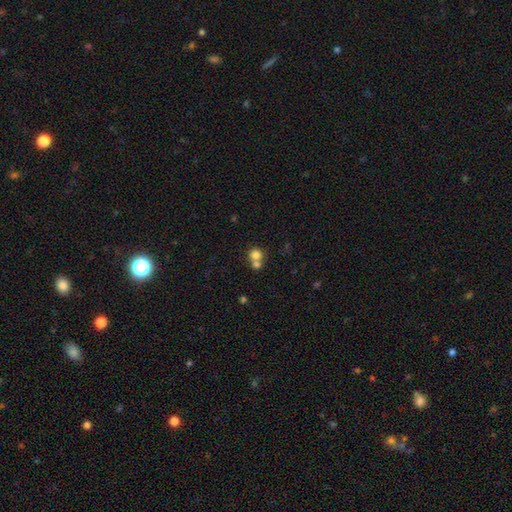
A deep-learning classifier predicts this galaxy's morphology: Smooth or featured? smooth (77%)
How rounded? round (85%)
Merging? merger (51%)